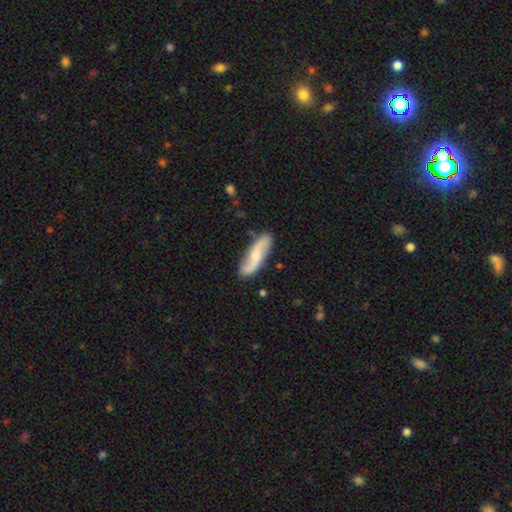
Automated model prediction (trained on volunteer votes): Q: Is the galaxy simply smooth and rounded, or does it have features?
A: featured or disk — 67%.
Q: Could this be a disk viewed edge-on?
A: no — 86%.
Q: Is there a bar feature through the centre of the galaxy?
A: no — 57%.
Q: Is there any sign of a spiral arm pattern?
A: yes — 93%.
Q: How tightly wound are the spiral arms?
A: loose — 69%.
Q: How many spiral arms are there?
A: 2 — 91%.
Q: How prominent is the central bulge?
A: small — 53%.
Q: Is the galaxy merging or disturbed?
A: none — 84%.